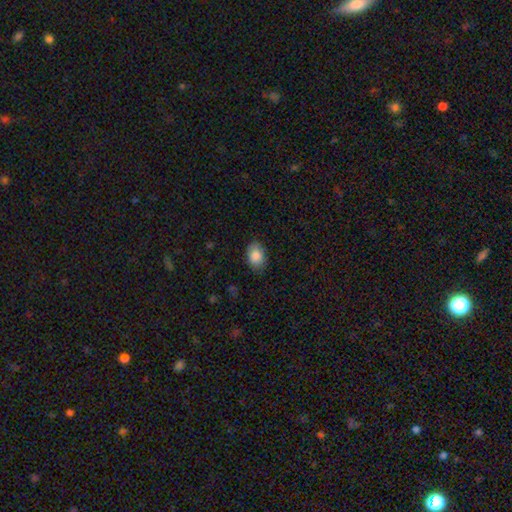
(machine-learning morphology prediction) type=smooth (86%); roundness=in between (84%); merging=none (82%).